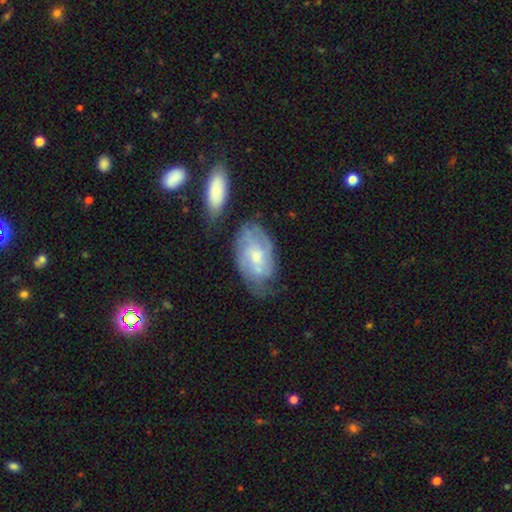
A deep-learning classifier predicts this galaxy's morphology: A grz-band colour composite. It shows a featured or disk galaxy (65%) with no bar (66%), tight (51%) spiral arms (83%) and a small central bulge (52%). Merging: none (58%).